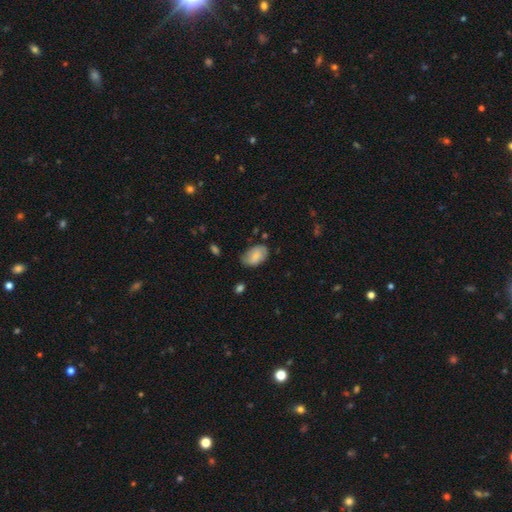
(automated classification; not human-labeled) smooth-or-featured: smooth: 76% | featured or disk: 17% | star or artifact: 7%
  how-rounded: in between: 91% | round: 7% | cigar-shaped: 1%
  merging: none: 70% | minor disturbance: 23% | major disturbance: 5% | merger: 2%